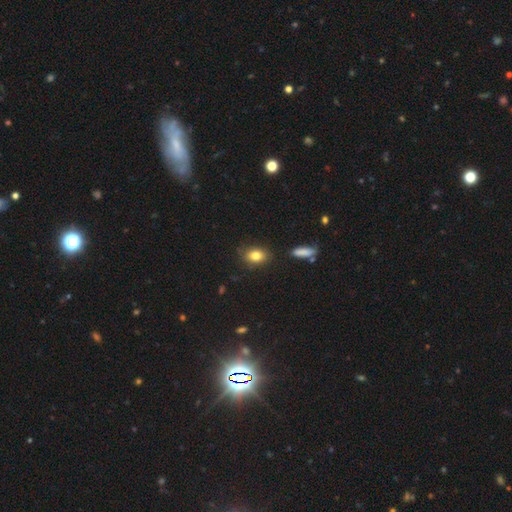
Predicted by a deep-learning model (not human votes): This appears to be a smooth galaxy with no disk features (82%) that is in between round and cigar-shaped (74%). Merging: none (81%).